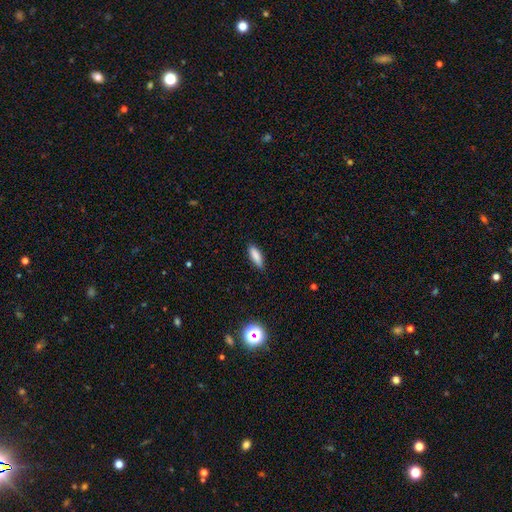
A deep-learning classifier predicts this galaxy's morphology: smooth-or-featured: smooth: 85% | star or artifact: 7% | featured or disk: 7%
  how-rounded: in between: 51% | cigar-shaped: 47% | round: 2%
  merging: none: 83% | minor disturbance: 13% | major disturbance: 2% | merger: 1%